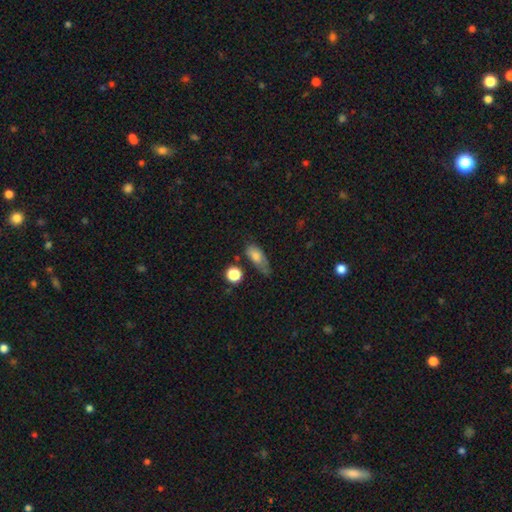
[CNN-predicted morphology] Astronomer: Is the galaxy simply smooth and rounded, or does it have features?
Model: smooth — 74%.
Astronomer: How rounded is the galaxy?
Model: in between — 75%.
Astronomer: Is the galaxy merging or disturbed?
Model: none — 42% (runner-up: minor disturbance, 36%).